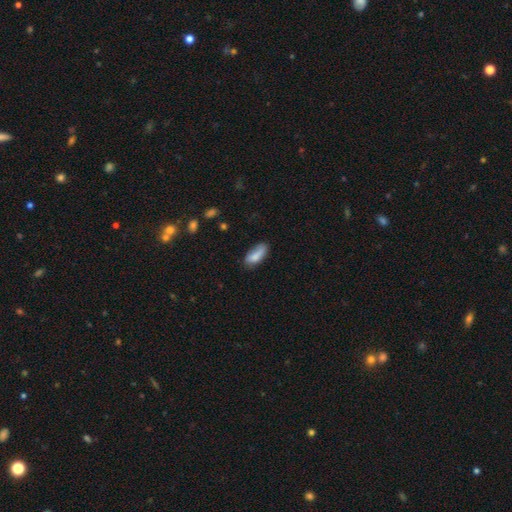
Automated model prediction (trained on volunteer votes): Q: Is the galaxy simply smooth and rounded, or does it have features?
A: smooth — 81%.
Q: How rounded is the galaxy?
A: in between — 80%.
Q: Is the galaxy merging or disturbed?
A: none — 58%.